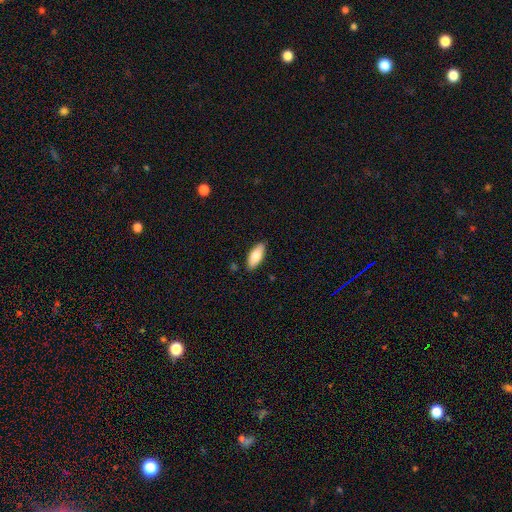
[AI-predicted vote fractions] smooth_or_featured: smooth (p=0.81) [alt: featured or disk p=0.13]
how_rounded: in between (p=0.83) [alt: cigar-shaped p=0.15]
merging: none (p=0.87) [alt: minor disturbance p=0.10]